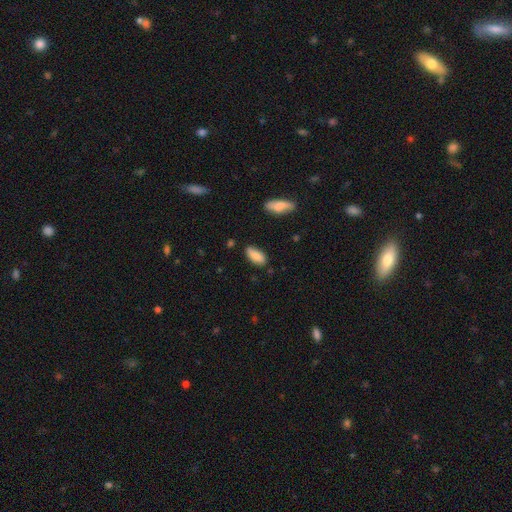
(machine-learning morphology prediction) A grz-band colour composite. It shows a smooth galaxy with no disk features (85%) that is in between round and cigar-shaped (84%). Merging: none (75%).